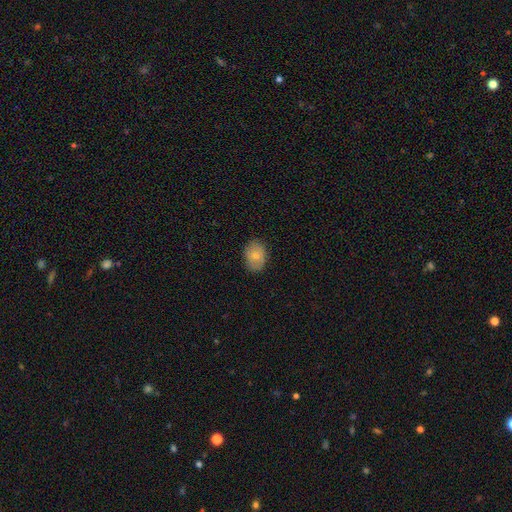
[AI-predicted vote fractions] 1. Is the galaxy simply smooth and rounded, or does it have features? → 75% smooth, 17% featured or disk, 8% star or artifact.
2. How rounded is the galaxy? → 75% in between, 24% round, 1% cigar-shaped.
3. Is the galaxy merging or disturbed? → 82% none, 14% minor disturbance, 3% major disturbance, 1% merger.